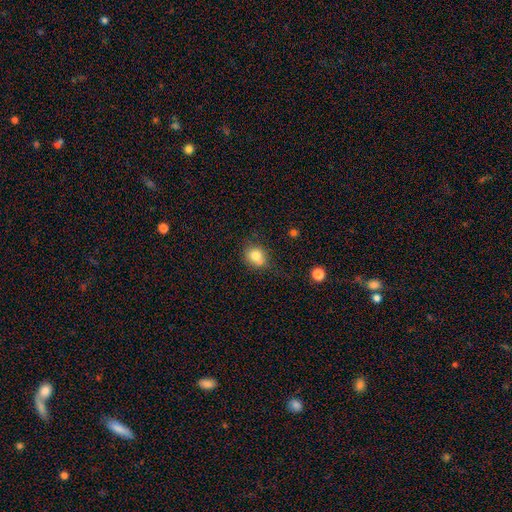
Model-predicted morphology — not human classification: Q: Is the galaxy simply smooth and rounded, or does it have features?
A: smooth — 79%.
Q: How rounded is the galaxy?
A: round — 63%.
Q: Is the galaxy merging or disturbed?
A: none — 62%.